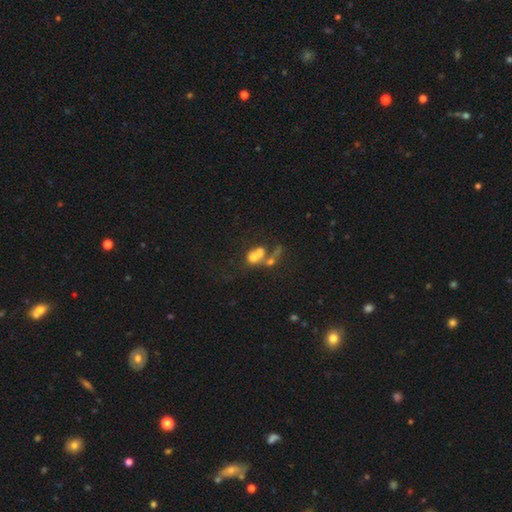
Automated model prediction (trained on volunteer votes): smooth_or_featured: smooth (p=0.55) [alt: featured or disk p=0.30]
how_rounded: in between (p=0.56) [alt: round p=0.40]
merging: merger (p=0.62) [alt: none p=0.17]